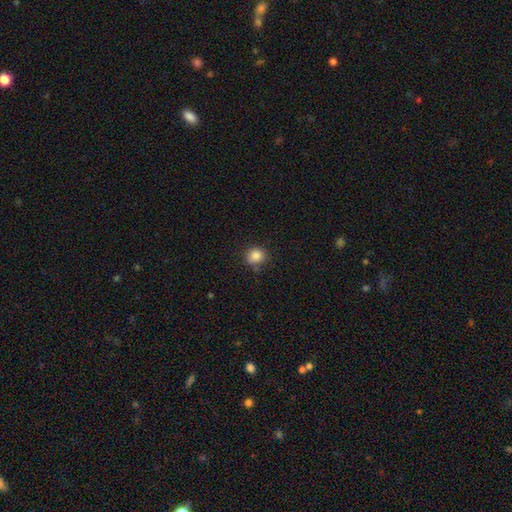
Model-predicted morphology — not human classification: smooth 85%, star or artifact 10%, featured or disk 5%. Down the decision tree: how rounded — round (85%); merging — none (77%).